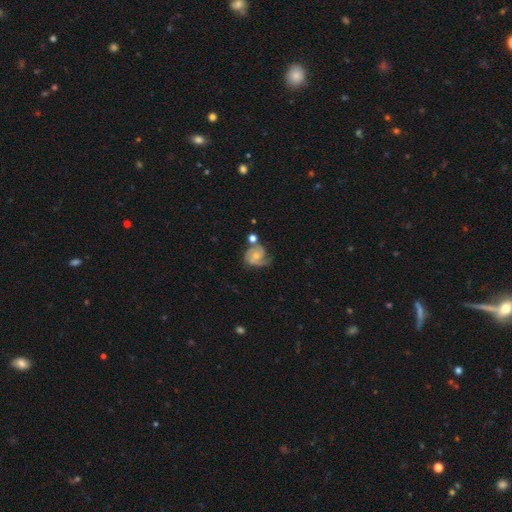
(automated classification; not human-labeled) Smooth or featured: featured or disk — 83% (smooth — 12%)
Edge-on disk: no — 98% (yes — 2%)
Bar: no — 67% (weak — 28%)
Spiral arms: yes — 96% (no — 4%)
Spiral winding: tight — 44% (tied with medium — 44%)
Spiral arm count: 2 — 57% (3 — 23%)
Bulge size: small — 50% (moderate — 43%)
Merging: none — 53% (minor disturbance — 23%)